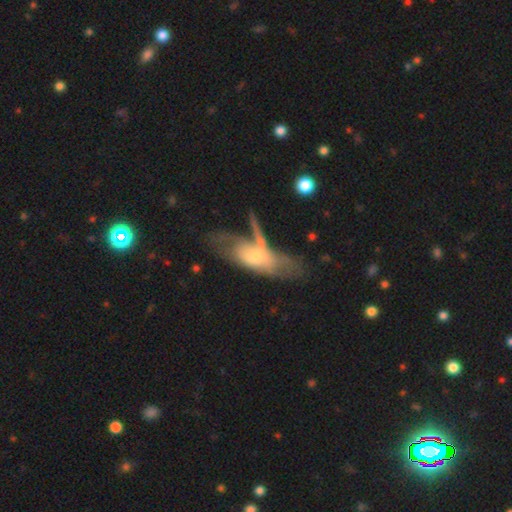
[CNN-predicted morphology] A featured or disk galaxy (52%).

Vote fractions:
- Smooth or featured? featured or disk: 52% / smooth: 41% / star or artifact: 7%
- Edge-on disk? no: 80% / yes: 20%
- Merging? major disturbance: 29% / merger: 28% / none: 25% / minor disturbance: 18%